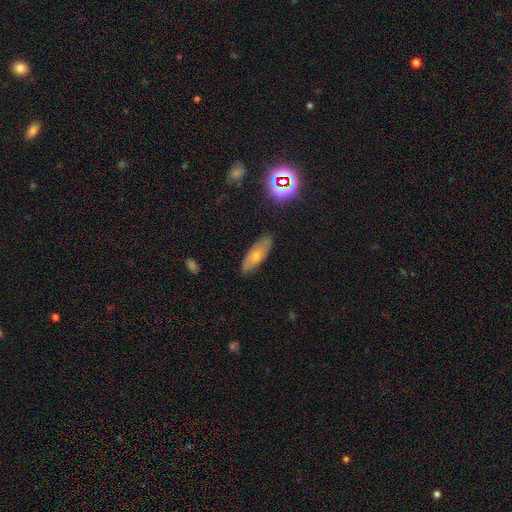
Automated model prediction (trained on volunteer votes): smooth-or-featured: smooth: 51% | featured or disk: 35% | star or artifact: 14%
  how-rounded: in between: 61% | cigar-shaped: 35% | round: 4%
  merging: none: 83% | minor disturbance: 13% | major disturbance: 2% | merger: 1%